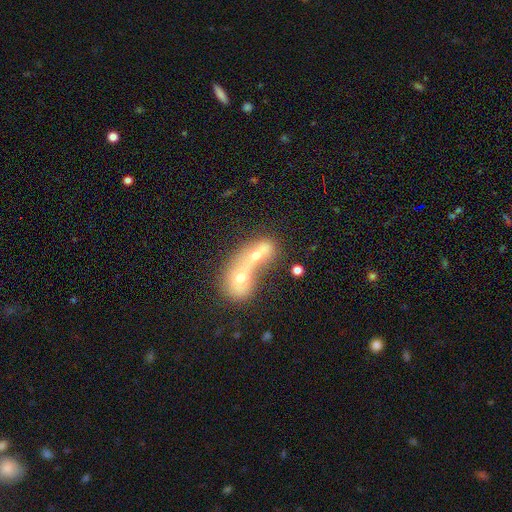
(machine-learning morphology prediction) This appears to be a smooth galaxy with no disk features (56%) that is in between round and cigar-shaped (51%). Merging: merger (85%).